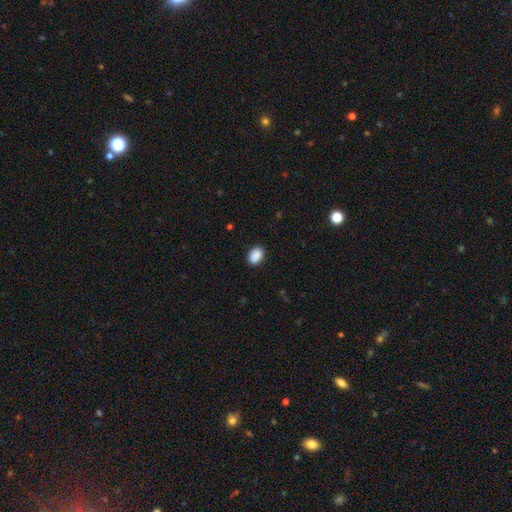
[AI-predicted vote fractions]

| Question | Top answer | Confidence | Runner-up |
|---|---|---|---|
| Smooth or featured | smooth | 89% | star or artifact (8%) |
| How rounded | in between | 83% | round (16%) |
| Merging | none | 86% | minor disturbance (11%) |